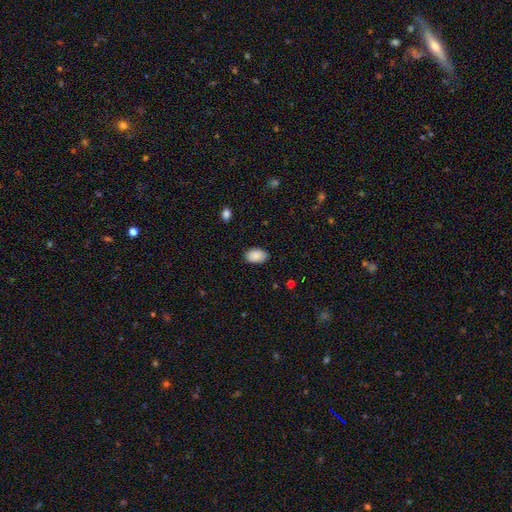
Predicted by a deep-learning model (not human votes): Smooth or featured?
  - smooth: 89% *
  - star or artifact: 7%
  - featured or disk: 4%
How rounded?
  - in between: 91% *
  - round: 8%
  - cigar-shaped: 1%
Merging?
  - none: 82% *
  - minor disturbance: 14%
  - major disturbance: 3%
  - merger: 1%